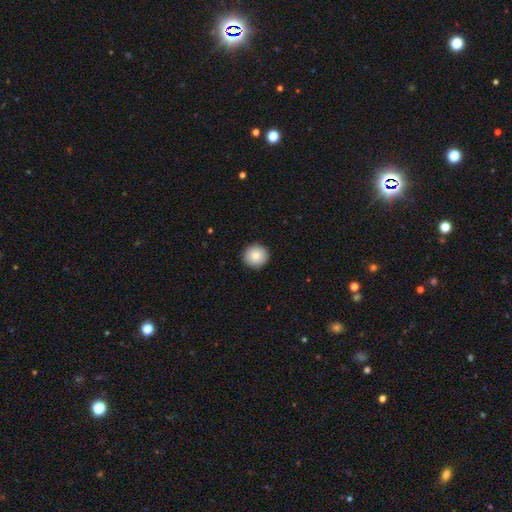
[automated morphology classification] type=smooth (85%); roundness=round (92%); merging=none (91%).